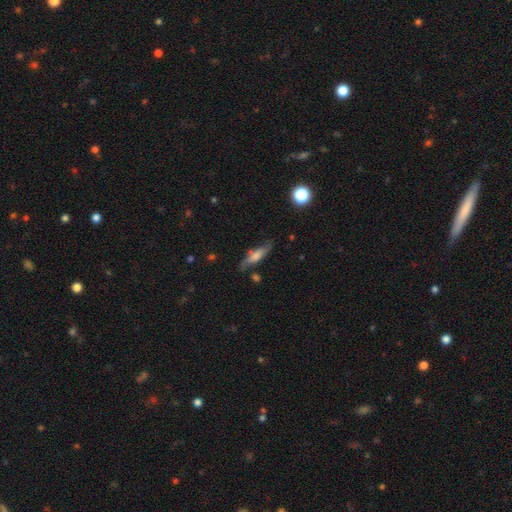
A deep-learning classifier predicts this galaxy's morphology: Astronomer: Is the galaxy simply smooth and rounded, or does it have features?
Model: featured or disk — 49% (runner-up: smooth, 42%).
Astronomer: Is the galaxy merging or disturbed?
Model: none — 70%.